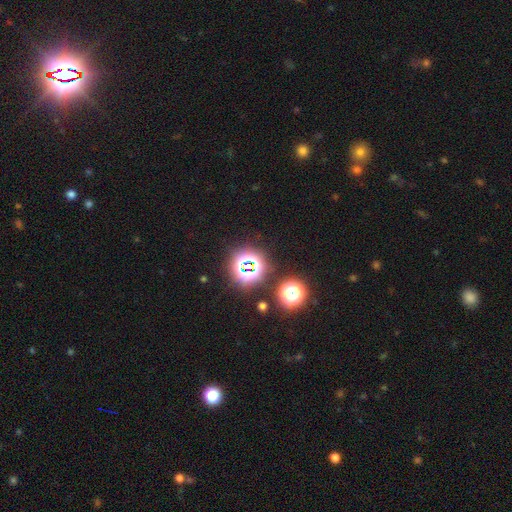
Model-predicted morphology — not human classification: The model was most divided on "smooth or featured": star or artifact: 77%, smooth: 16%, featured or disk: 6%.